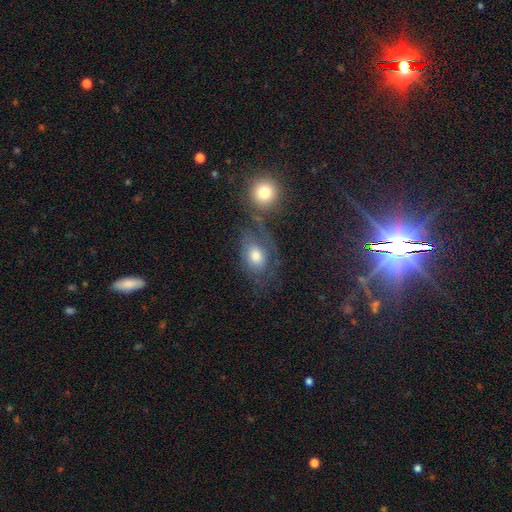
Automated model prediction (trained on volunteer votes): smooth 64%, featured or disk 24%, star or artifact 13%. Down the decision tree: how rounded — in between (69%); merging — none (39%).